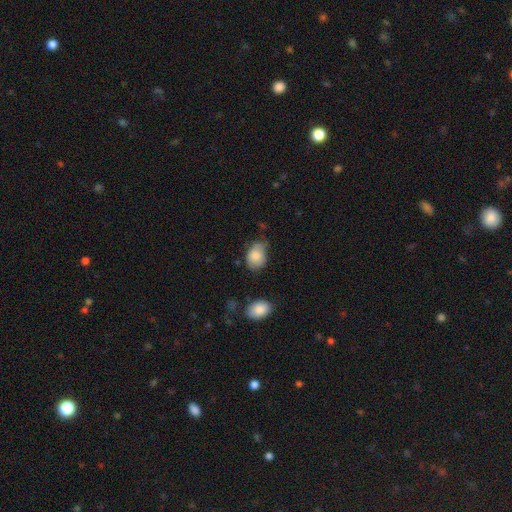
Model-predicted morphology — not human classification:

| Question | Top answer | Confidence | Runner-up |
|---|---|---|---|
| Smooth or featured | smooth | 82% | featured or disk (10%) |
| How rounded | in between | 75% | round (24%) |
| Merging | none | 49% | minor disturbance (38%) |